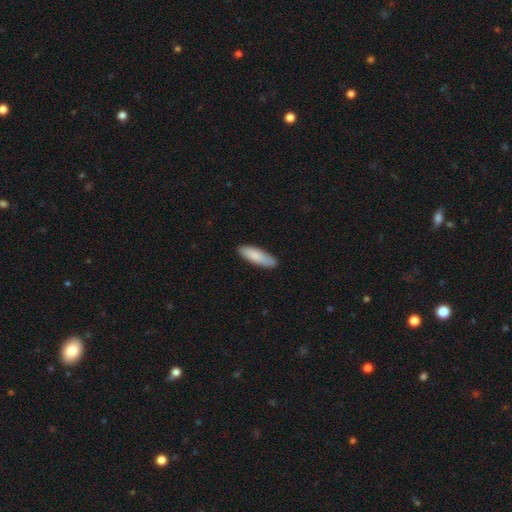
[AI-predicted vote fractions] This appears to be a smooth galaxy with no disk features (86%) that is cigar-shaped (54%). Merging: none (87%).